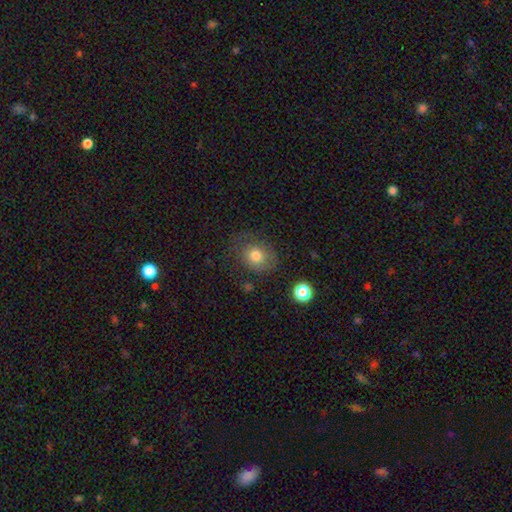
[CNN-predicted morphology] This appears to be a smooth galaxy with no disk features (76%) that is round (59%). Merging: none (65%).